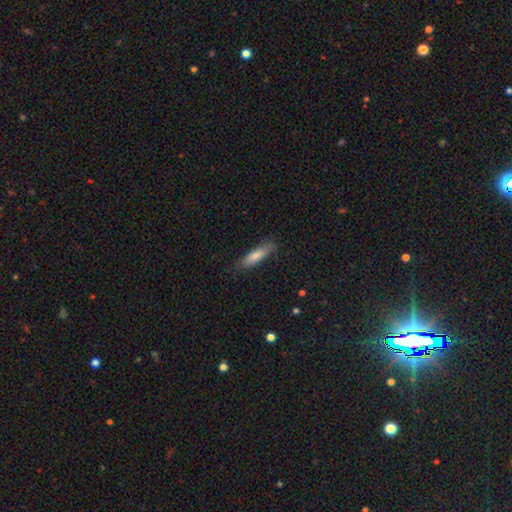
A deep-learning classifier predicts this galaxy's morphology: Overall: smooth (80%). How rounded: cigar-shaped (69%; in between 30%). Merging: none (77%).